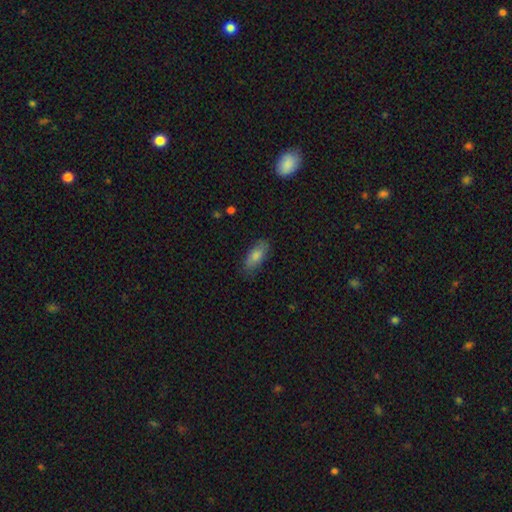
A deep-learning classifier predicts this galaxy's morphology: Overall: smooth (77%). How rounded: in between (81%). Merging: none (81%).